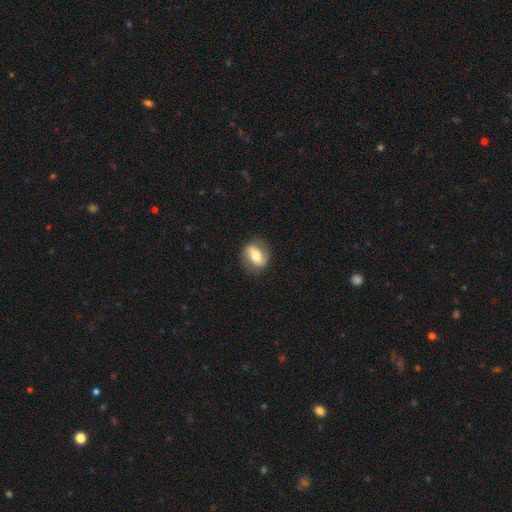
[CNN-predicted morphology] Overall: featured or disk (55%; smooth 38%). Edge-on disk: no (90%). Merging: none (83%).